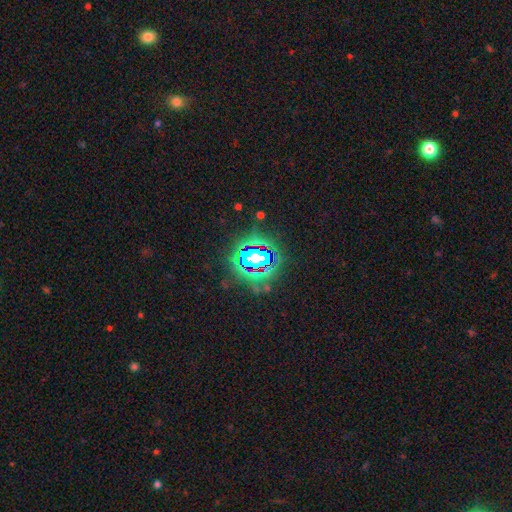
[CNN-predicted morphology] This appears to be a star or artifact, not a galaxy (82%).